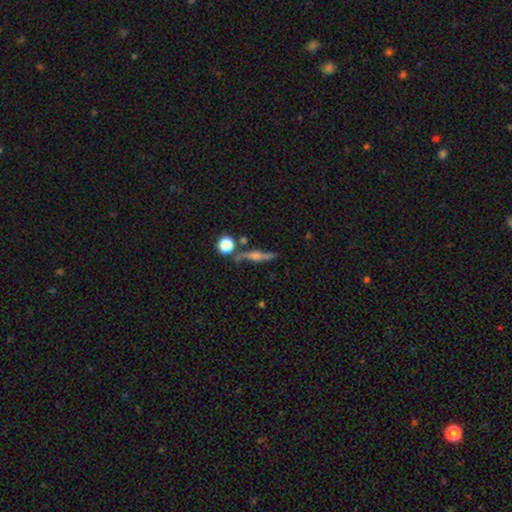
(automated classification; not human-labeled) smooth-or-featured: featured or disk: 73% | smooth: 17% | star or artifact: 10%
  disk-edge-on: yes: 71% | no: 29%
    edge-on-bulge: rounded: 89% | boxy: 6% | none: 5%
  merging: none: 70% | minor disturbance: 15% | merger: 9% | major disturbance: 6%